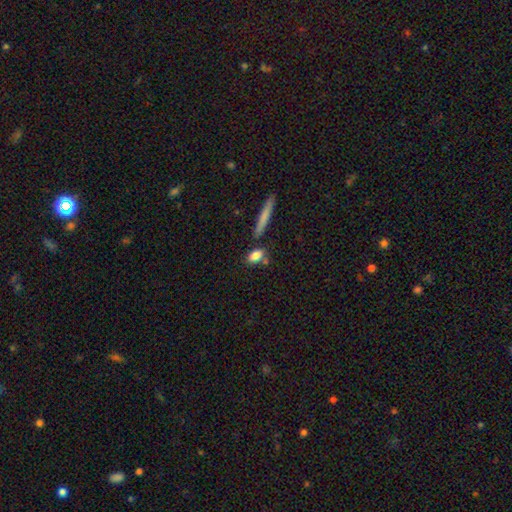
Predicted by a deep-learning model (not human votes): smooth-or-featured: smooth: 81% | featured or disk: 11% | star or artifact: 8%
  how-rounded: in between: 75% | cigar-shaped: 14% | round: 11%
  merging: none: 69% | merger: 14% | minor disturbance: 14% | major disturbance: 4%